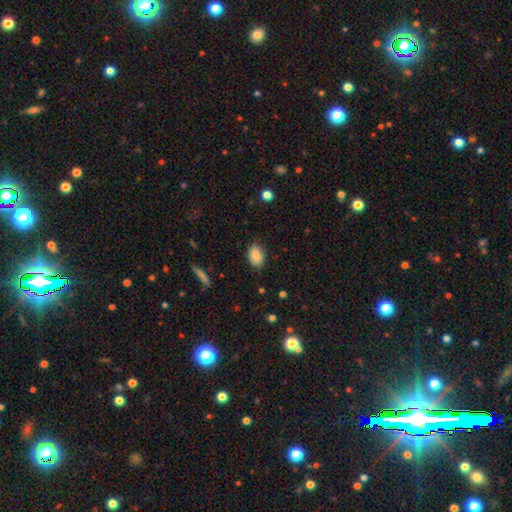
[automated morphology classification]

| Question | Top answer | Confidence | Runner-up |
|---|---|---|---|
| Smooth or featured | smooth | 85% | star or artifact (8%) |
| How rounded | in between | 86% | round (12%) |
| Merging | none | 82% | minor disturbance (14%) |